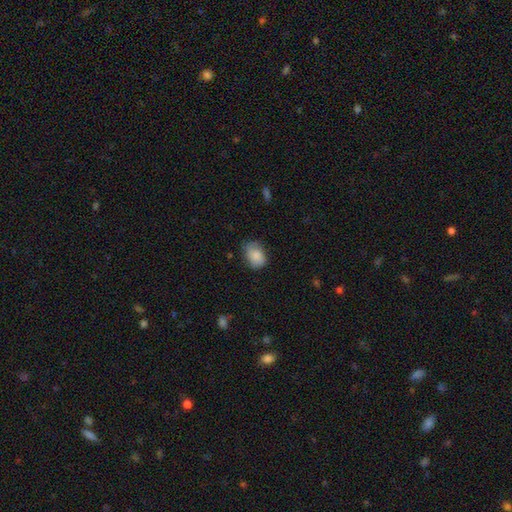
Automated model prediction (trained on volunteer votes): A smooth galaxy with no disk features (83%) that is in between round and cigar-shaped (73%). Merging: none (63%).